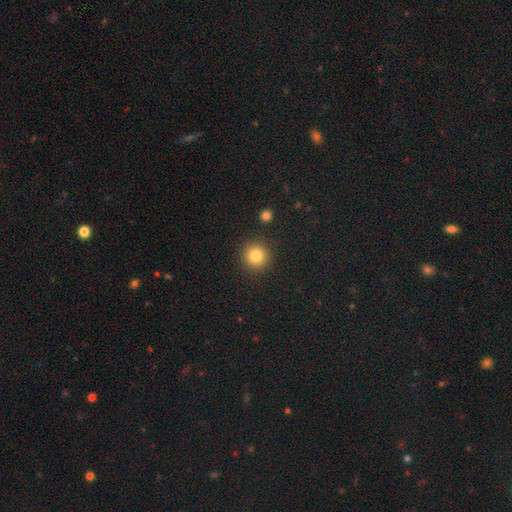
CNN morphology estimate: type=smooth (82%); roundness=round (95%); merging=none (91%).